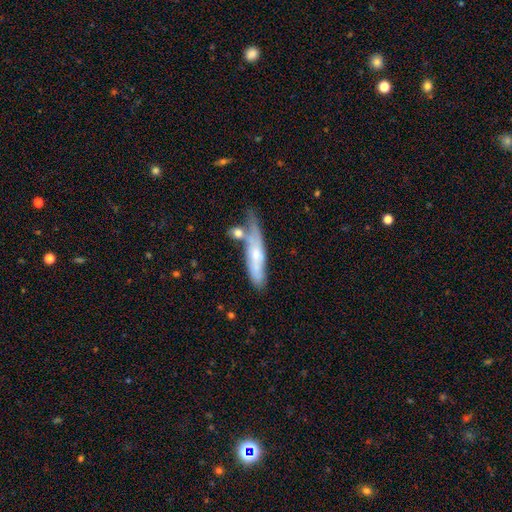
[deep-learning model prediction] Morphology: type=smooth (49%); merging=none (43%).